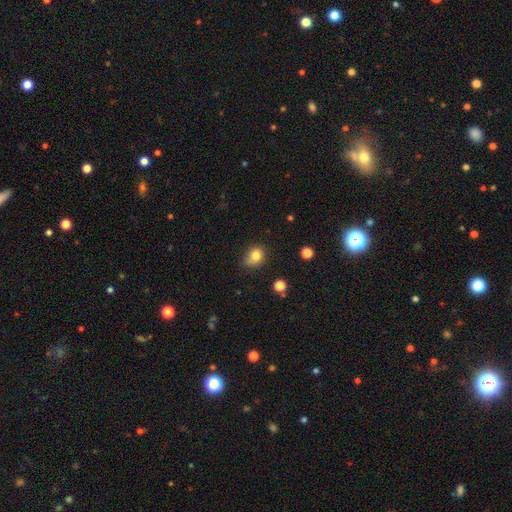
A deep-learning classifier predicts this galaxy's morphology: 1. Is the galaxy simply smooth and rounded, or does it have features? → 80% smooth, 12% star or artifact, 8% featured or disk.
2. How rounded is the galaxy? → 63% round, 36% in between, 1% cigar-shaped.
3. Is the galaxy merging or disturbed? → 55% none, 32% minor disturbance, 8% major disturbance, 4% merger.